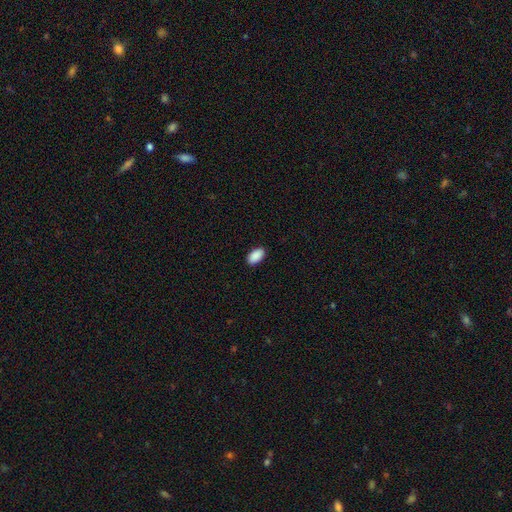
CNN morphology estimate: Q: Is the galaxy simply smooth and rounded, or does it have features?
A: smooth — 91%.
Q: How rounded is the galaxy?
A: in between — 95%.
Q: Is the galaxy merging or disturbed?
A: none — 90%.